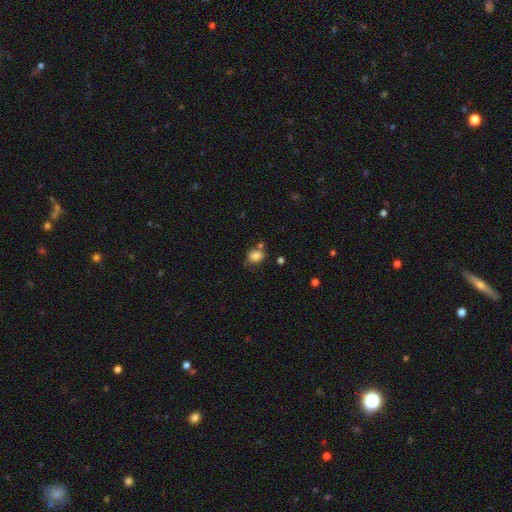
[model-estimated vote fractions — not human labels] A smooth galaxy with no disk features (82%) that is round (56%). Merging: none (67%).